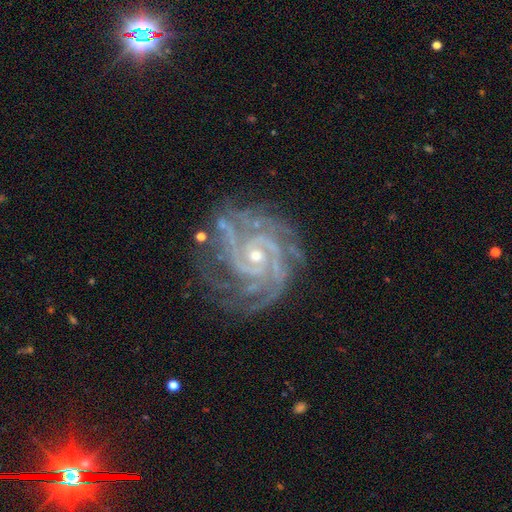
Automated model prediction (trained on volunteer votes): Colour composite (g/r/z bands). It shows a featured or disk galaxy (92%) with no bar (60%), 3 (27%) tight (74%) spiral arms (99%) and a small central bulge (61%). Merging: none (73%).